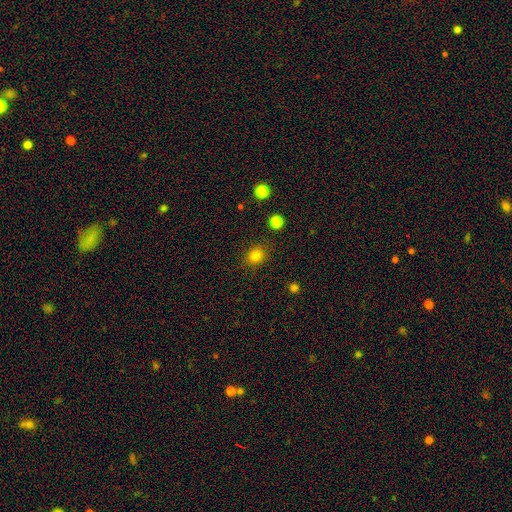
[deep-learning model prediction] smooth 82%, star or artifact 13%, featured or disk 5%. Down the decision tree: how rounded — round (77%); merging — none (88%).